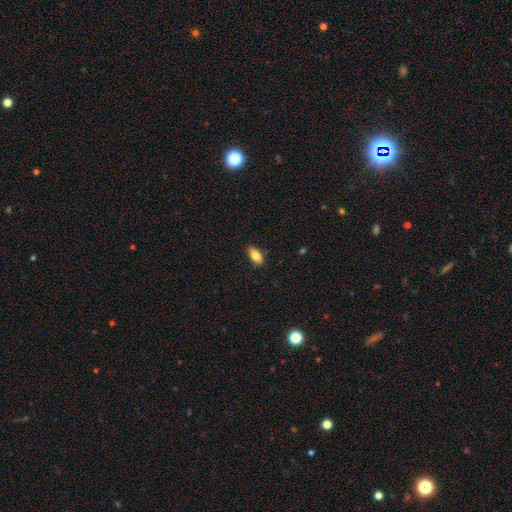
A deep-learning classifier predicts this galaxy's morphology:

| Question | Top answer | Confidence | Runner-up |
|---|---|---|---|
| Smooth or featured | smooth | 78% | featured or disk (15%) |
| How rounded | in between | 88% | cigar-shaped (8%) |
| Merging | none | 80% | minor disturbance (16%) |